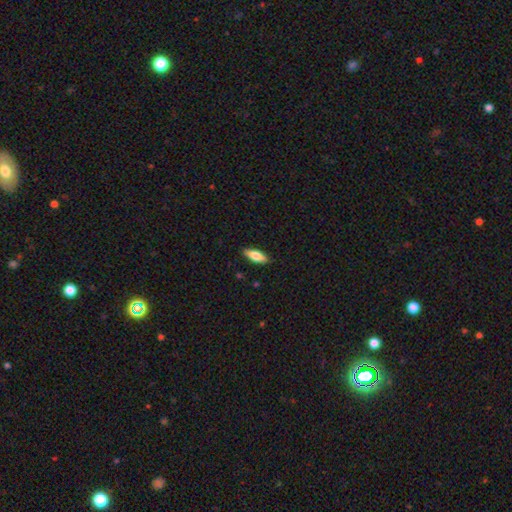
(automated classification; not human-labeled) Smooth or featured: smooth — 68% (featured or disk — 26%)
How rounded: in between — 63% (cigar-shaped — 34%)
Merging: none — 89% (minor disturbance — 8%)